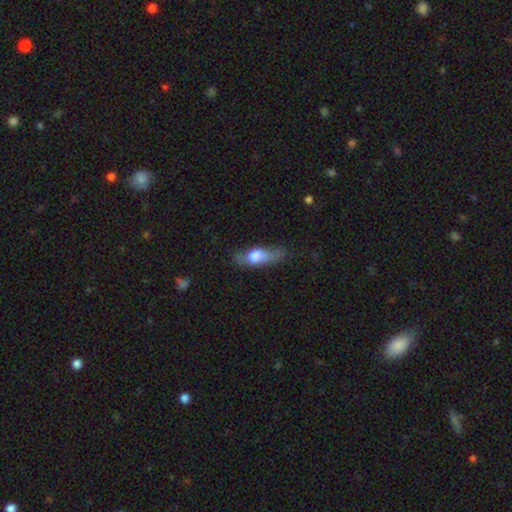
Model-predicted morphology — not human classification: A smooth galaxy with no disk features (64%) that is in between round and cigar-shaped (59%).

Vote fractions:
- Smooth or featured? smooth: 64% / featured or disk: 29% / star or artifact: 8%
- How rounded? in between: 59% / cigar-shaped: 35% / round: 6%
- Merging? none: 44% / minor disturbance: 33% / major disturbance: 20% / merger: 3%